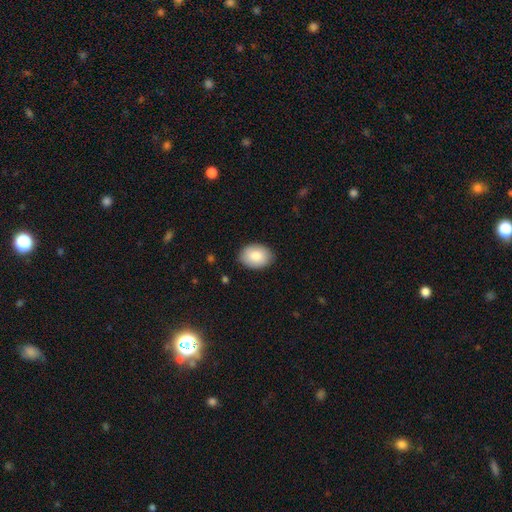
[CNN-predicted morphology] This appears to be a smooth galaxy with no disk features (84%) that is in between round and cigar-shaped (78%). Merging: none (86%).